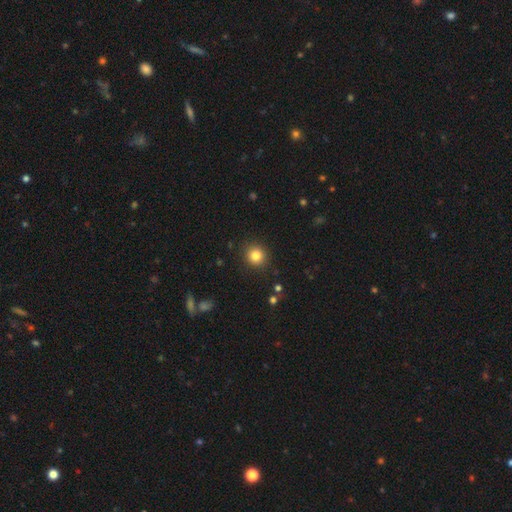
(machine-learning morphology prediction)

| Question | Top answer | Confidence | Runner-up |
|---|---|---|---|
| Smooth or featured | smooth | 83% | star or artifact (12%) |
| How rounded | round | 90% | in between (9%) |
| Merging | none | 90% | minor disturbance (7%) |